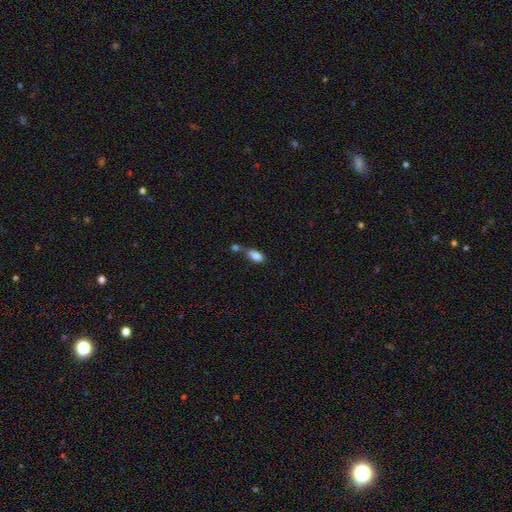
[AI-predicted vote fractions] Smooth or featured?
  - smooth: 84% *
  - star or artifact: 8%
  - featured or disk: 8%
How rounded?
  - in between: 88% *
  - cigar-shaped: 7%
  - round: 5%
Merging?
  - merger: 45% *
  - none: 29%
  - minor disturbance: 17%
  - major disturbance: 9%